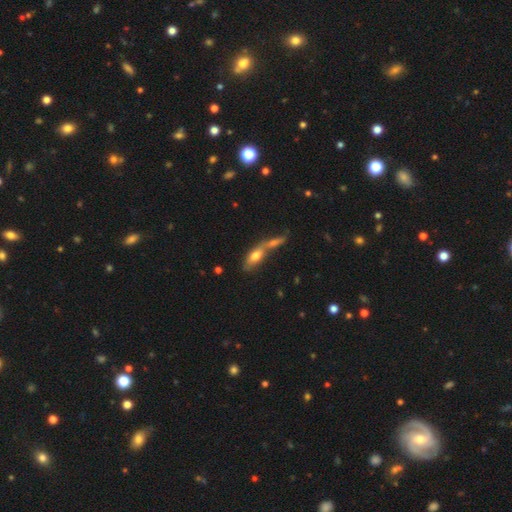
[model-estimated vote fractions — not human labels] A smooth galaxy with no disk features (63%) that is in between round and cigar-shaped (66%).

Vote fractions:
- Smooth or featured? smooth: 63% / featured or disk: 28% / star or artifact: 9%
- How rounded? in between: 66% / cigar-shaped: 29% / round: 4%
- Merging? merger: 61% / none: 26% / minor disturbance: 8% / major disturbance: 5%